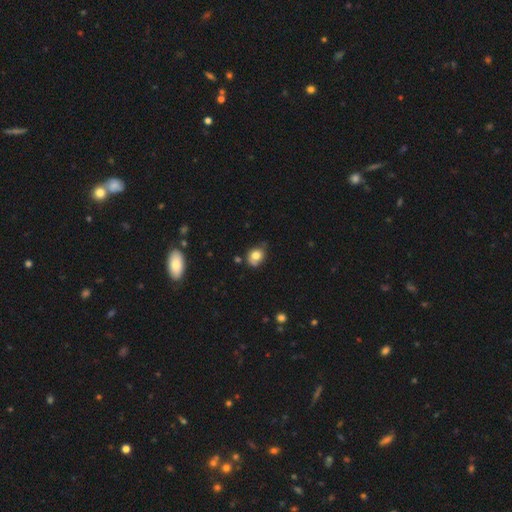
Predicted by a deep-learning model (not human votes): smooth_or_featured: smooth (p=0.74) [alt: featured or disk p=0.16]
how_rounded: round (p=0.51) [alt: in between p=0.48]
merging: none (p=0.56) [alt: minor disturbance p=0.32]